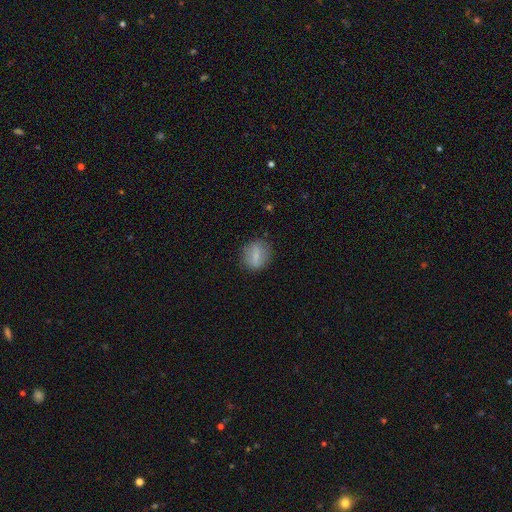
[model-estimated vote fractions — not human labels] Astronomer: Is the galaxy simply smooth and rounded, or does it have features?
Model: smooth — 73%.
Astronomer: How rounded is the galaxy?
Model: round — 55% (runner-up: in between, 41%).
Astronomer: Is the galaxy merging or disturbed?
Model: none — 80%.